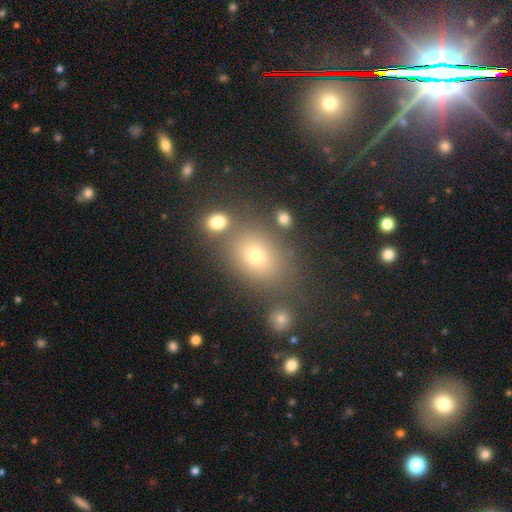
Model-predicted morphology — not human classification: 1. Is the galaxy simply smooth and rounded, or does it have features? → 60% smooth, 27% star or artifact, 13% featured or disk.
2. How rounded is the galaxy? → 57% in between, 41% round, 2% cigar-shaped.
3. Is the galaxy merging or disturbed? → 74% none, 11% minor disturbance, 10% merger, 5% major disturbance.